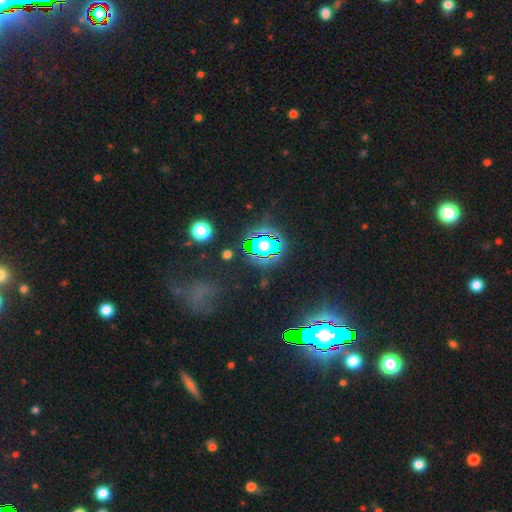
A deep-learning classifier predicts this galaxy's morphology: This appears to be a star or artifact, not a galaxy (75%).